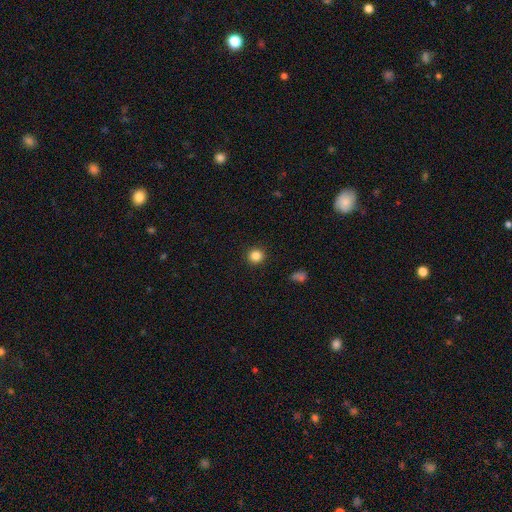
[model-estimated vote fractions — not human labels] Morphology: type=smooth (85%); roundness=round (94%); merging=none (92%).